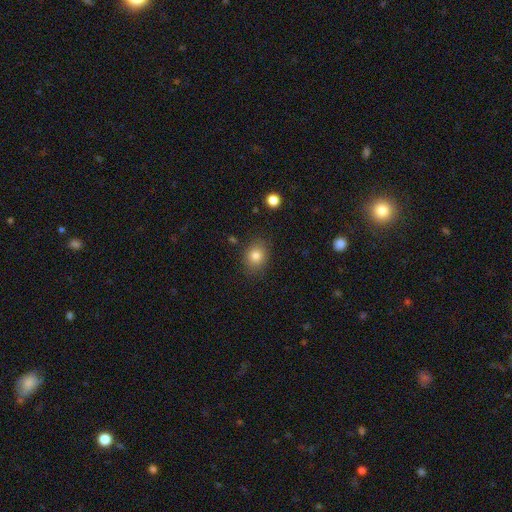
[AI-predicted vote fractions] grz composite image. It shows a smooth galaxy with no disk features (81%) that is round (60%). Merging: none (83%).